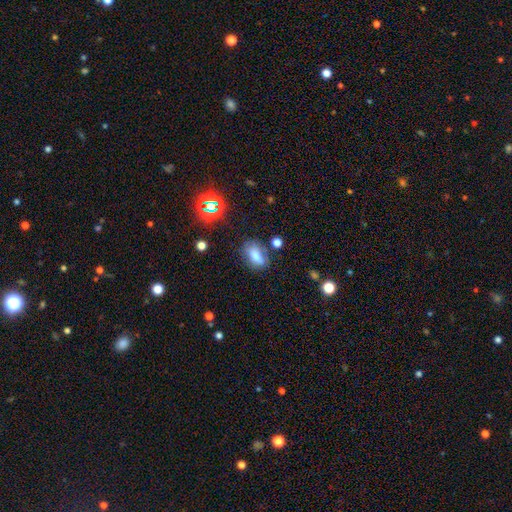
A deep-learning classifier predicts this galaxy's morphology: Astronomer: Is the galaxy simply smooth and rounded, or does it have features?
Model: smooth — 69%.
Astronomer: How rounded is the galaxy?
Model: in between — 79%.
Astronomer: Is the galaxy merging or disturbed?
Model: none — 67%.